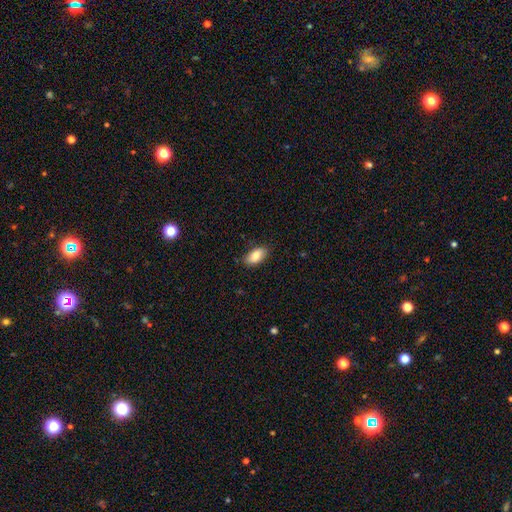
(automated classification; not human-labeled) smooth_or_featured: smooth (p=0.82) [alt: featured or disk p=0.11]
how_rounded: in between (p=0.92) [alt: cigar-shaped p=0.04]
merging: none (p=0.82) [alt: minor disturbance p=0.14]